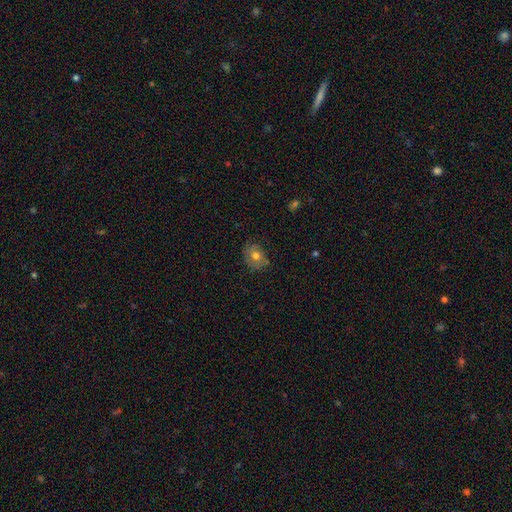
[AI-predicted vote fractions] A smooth galaxy with no disk features (68%) that is in between round and cigar-shaped (50%).

Vote fractions:
- Smooth or featured? smooth: 68% / featured or disk: 22% / star or artifact: 10%
- How rounded? in between: 50% / round: 49% / cigar-shaped: 1%
- Merging? none: 73% / minor disturbance: 21% / major disturbance: 5% / merger: 1%